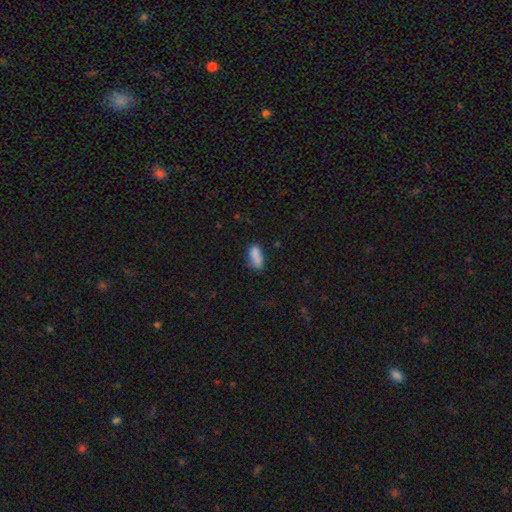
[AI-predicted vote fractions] A smooth galaxy with no disk features (80%) that is in between round and cigar-shaped (82%).

Vote fractions:
- Smooth or featured? smooth: 80% / featured or disk: 10% / star or artifact: 9%
- How rounded? in between: 82% / cigar-shaped: 14% / round: 4%
- Merging? none: 50% / minor disturbance: 24% / merger: 18% / major disturbance: 8%